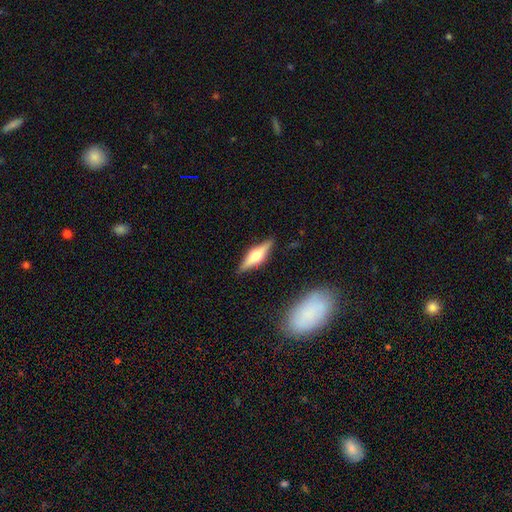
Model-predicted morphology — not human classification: A featured or disk galaxy (64%) viewed edge-on (96%) with a rounded central bulge (89%). Merging: none (88%).